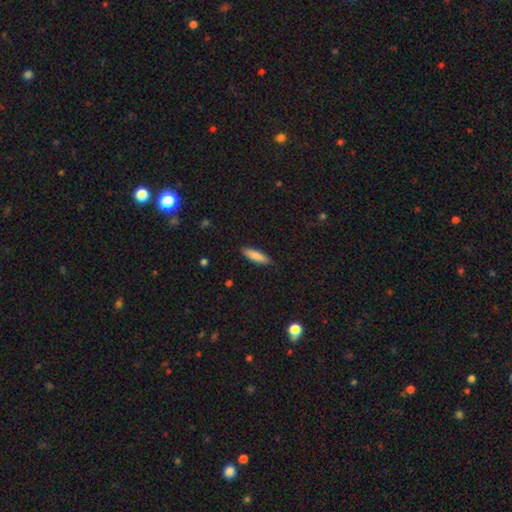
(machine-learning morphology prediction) type=smooth (85%); roundness=cigar-shaped (60%); merging=none (87%).